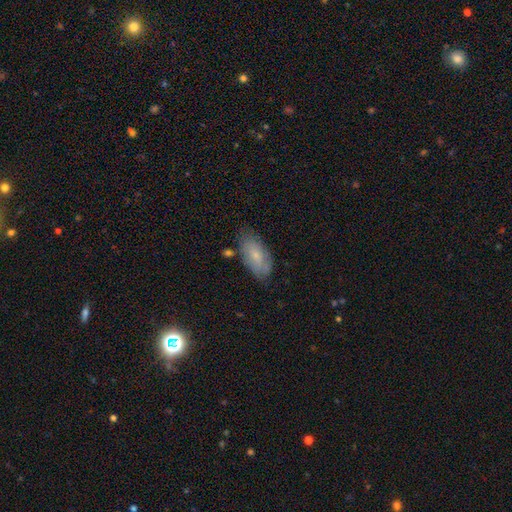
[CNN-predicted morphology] Smooth or featured? smooth (65%)
How rounded? in between (91%)
Merging? none (72%)